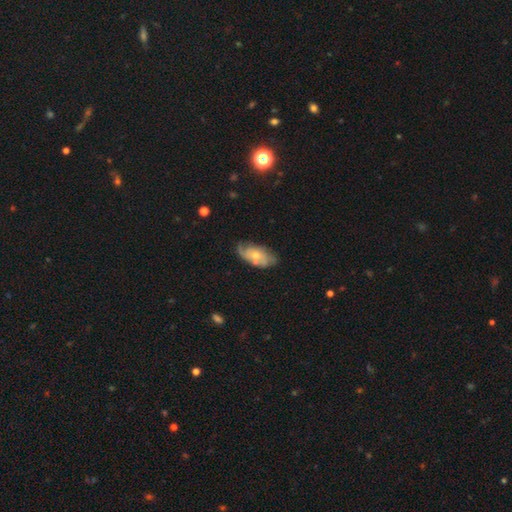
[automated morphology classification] The model was most divided on "bulge size": moderate: 49%, small: 46%, large: 2%, none: 2%, dominant: 1%. More confident: edge-on disk — no (91%); bar — no (79%); spiral arms — yes (75%); merging — none (60%); smooth or featured — featured or disk (57%).